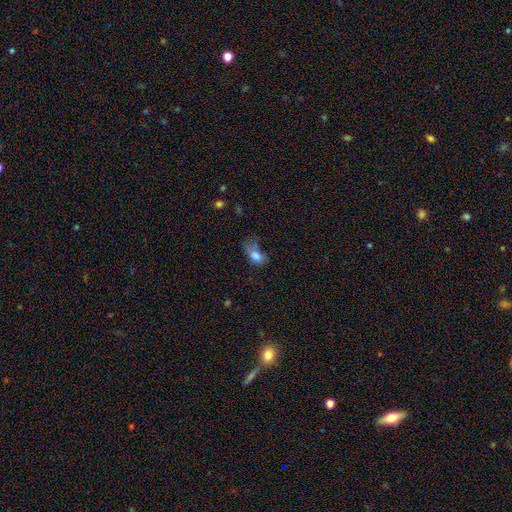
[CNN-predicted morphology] smooth-or-featured: smooth: 76% | featured or disk: 13% | star or artifact: 11%
  how-rounded: in between: 83% | round: 15% | cigar-shaped: 3%
  merging: major disturbance: 41% | minor disturbance: 29% | none: 23% | merger: 7%